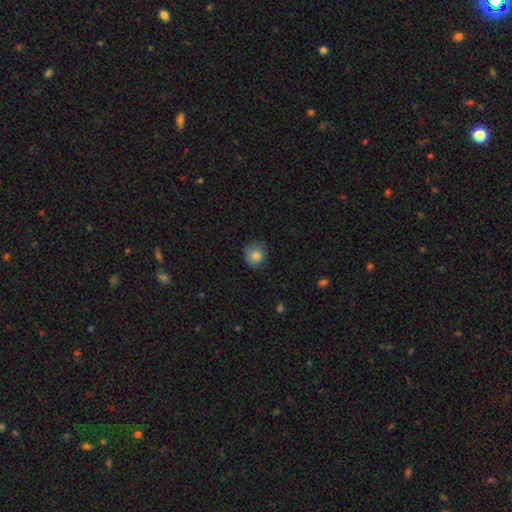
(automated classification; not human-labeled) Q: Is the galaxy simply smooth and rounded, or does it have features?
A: smooth — 82%.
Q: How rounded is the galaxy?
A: round — 87%.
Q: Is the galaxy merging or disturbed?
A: none — 76%.